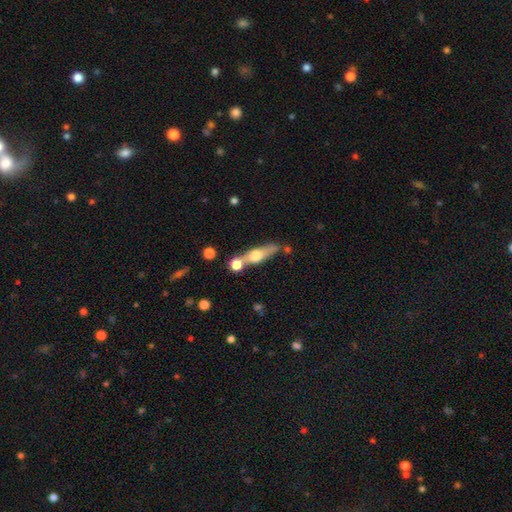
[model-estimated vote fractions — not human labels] Q: Smooth or featured?
A: smooth (47%); runner-up: featured or disk (46%)
Q: Merging?
A: none (60%); runner-up: merger (20%)